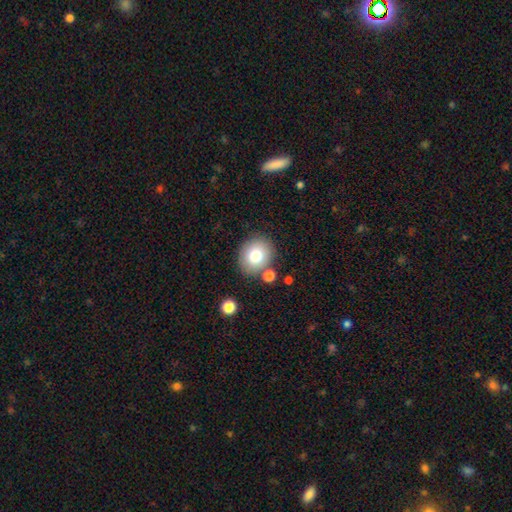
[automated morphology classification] type=smooth (78%); roundness=round (66%); merging=none (80%).